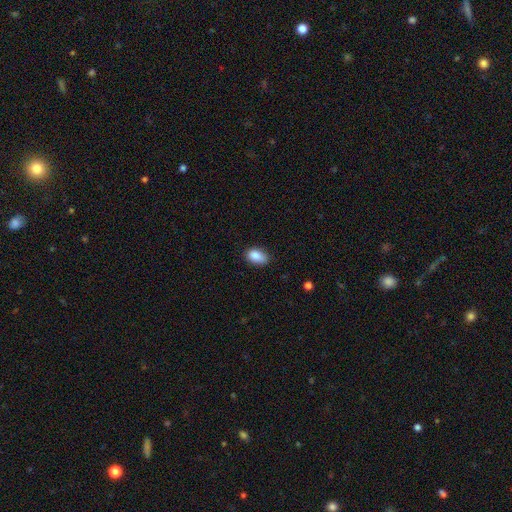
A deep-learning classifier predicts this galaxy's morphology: A smooth galaxy with no disk features (88%) that is in between round and cigar-shaped (90%). Merging: none (76%).